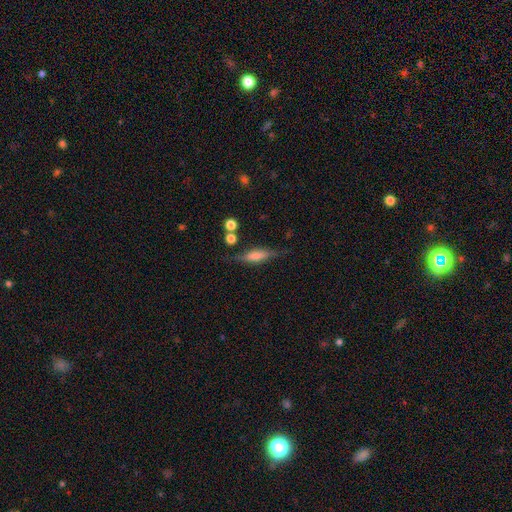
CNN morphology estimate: The model was most divided on "smooth or featured": featured or disk: 48%, smooth: 44%, star or artifact: 8%. More confident: merging — none (70%).